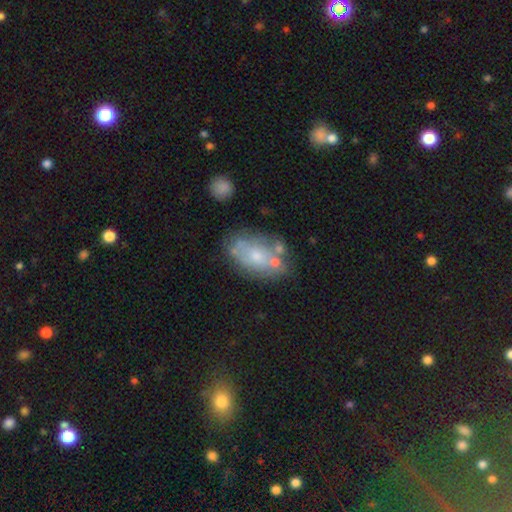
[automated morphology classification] Smooth or featured? smooth (47%)
Merging? none (50%)